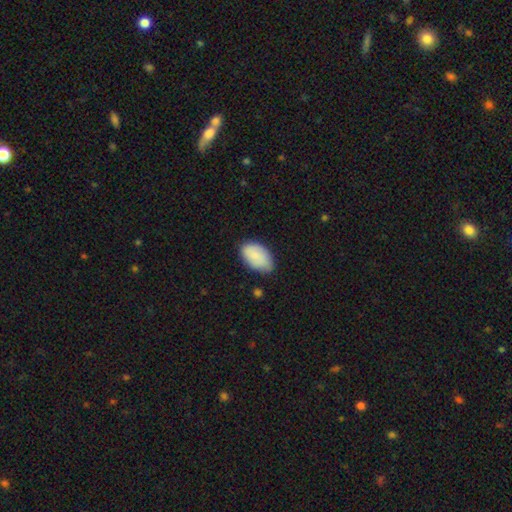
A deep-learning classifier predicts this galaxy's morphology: Smooth or featured? smooth (79%)
How rounded? in between (93%)
Merging? none (73%)